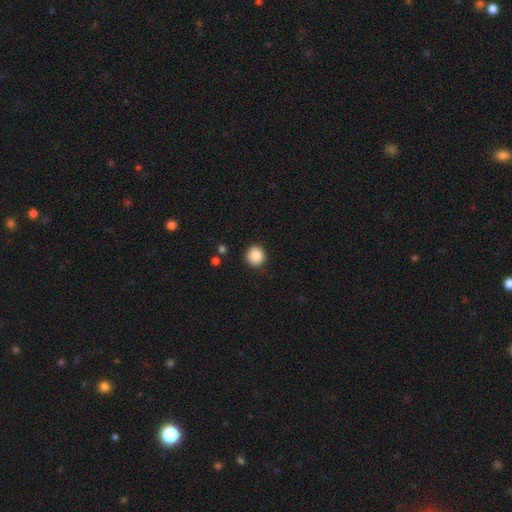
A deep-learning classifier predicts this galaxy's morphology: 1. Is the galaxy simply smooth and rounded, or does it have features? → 88% smooth, 9% star or artifact, 3% featured or disk.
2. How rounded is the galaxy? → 91% round, 8% in between, 1% cigar-shaped.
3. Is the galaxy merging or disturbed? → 89% none, 7% minor disturbance, 2% major disturbance, 1% merger.